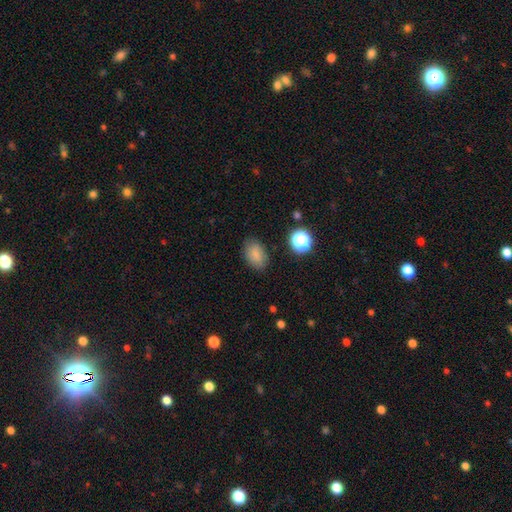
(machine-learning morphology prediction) Q: Smooth or featured?
A: smooth (83%); runner-up: star or artifact (11%)
Q: How rounded?
A: in between (85%); runner-up: round (14%)
Q: Merging?
A: none (83%); runner-up: minor disturbance (12%)